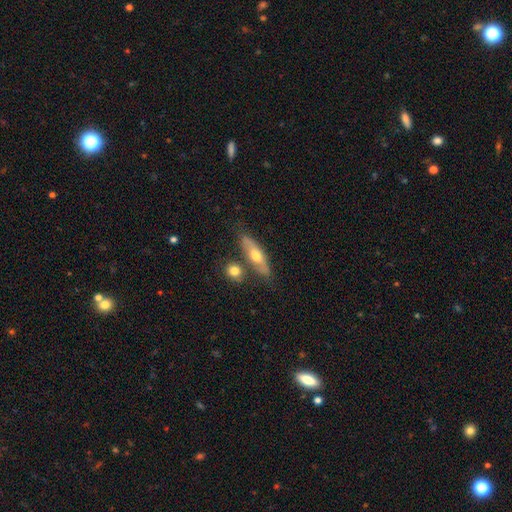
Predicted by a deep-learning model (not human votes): Smooth or featured? Predicted: featured or disk (p=0.47). Merging? Predicted: none (p=0.65).